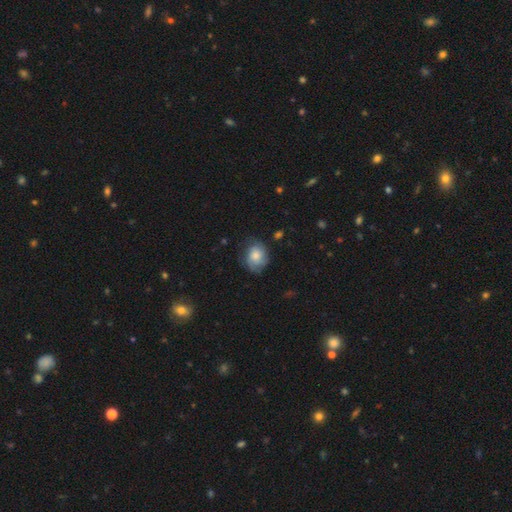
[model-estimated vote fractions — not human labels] A smooth galaxy with no disk features (65%) that is round (53%). Merging: none (65%).